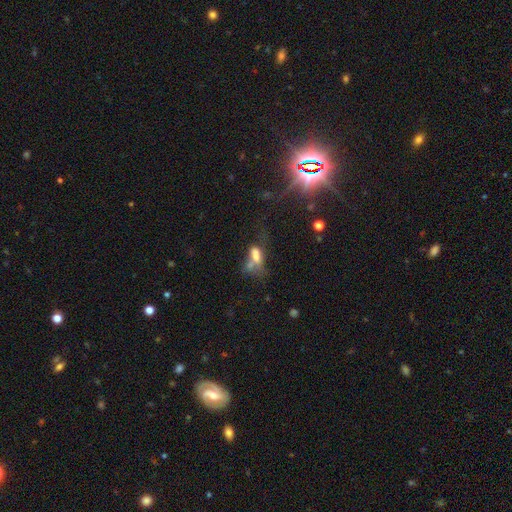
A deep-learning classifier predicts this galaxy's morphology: smooth 57%, featured or disk 27%, star or artifact 16%. Down the decision tree: how rounded — in between (75%); merging — merger (42%).